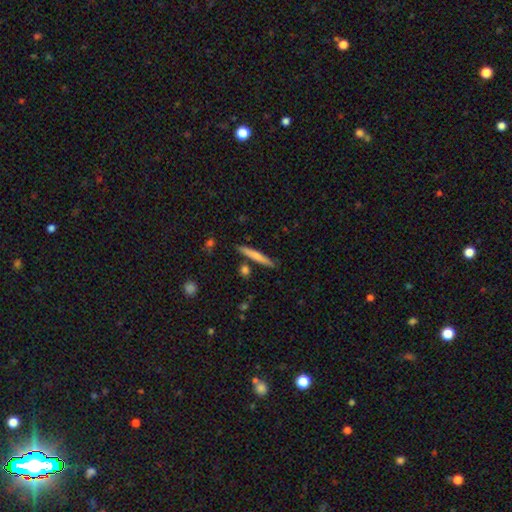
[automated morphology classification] smooth-or-featured: smooth: 66% | featured or disk: 29% | star or artifact: 6%
  how-rounded: cigar-shaped: 94% | in between: 4% | round: 2%
  merging: none: 85% | minor disturbance: 9% | merger: 5% | major disturbance: 2%